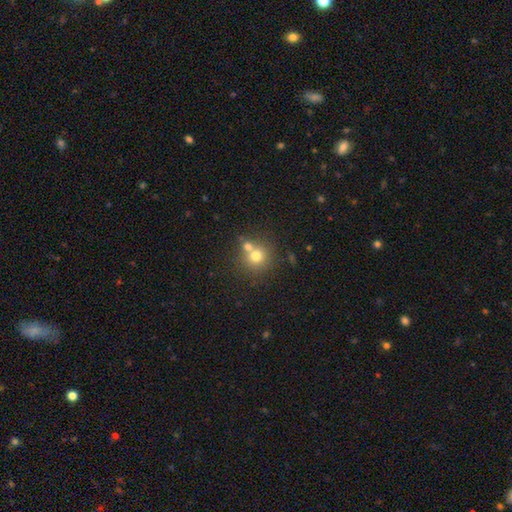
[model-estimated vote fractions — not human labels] smooth 72%, featured or disk 14%, star or artifact 14%. Down the decision tree: how rounded — round (89%); merging — none (52%).